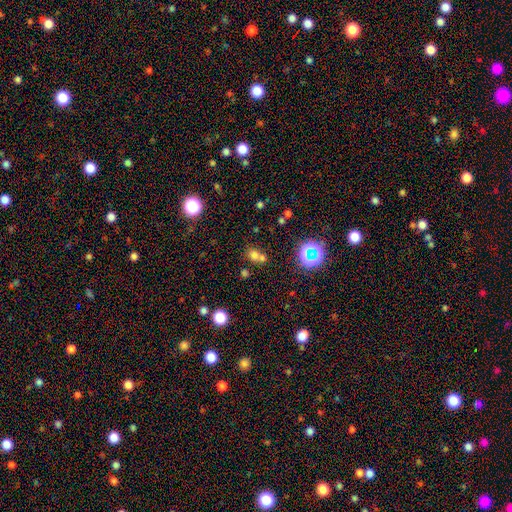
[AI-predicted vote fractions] A smooth galaxy with no disk features (64%) that is round (68%). Merging: none (46%).